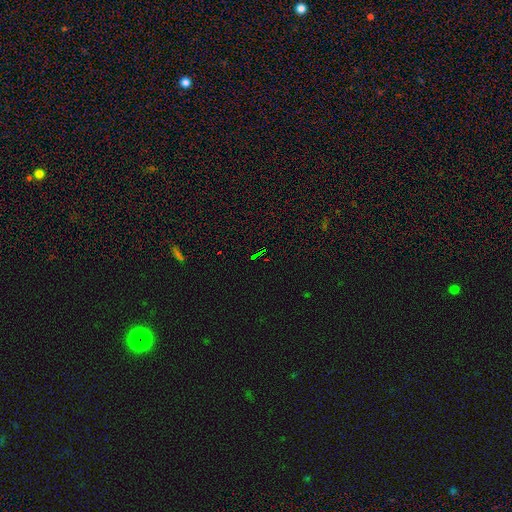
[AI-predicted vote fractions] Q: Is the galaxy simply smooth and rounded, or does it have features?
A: star or artifact — 76%.